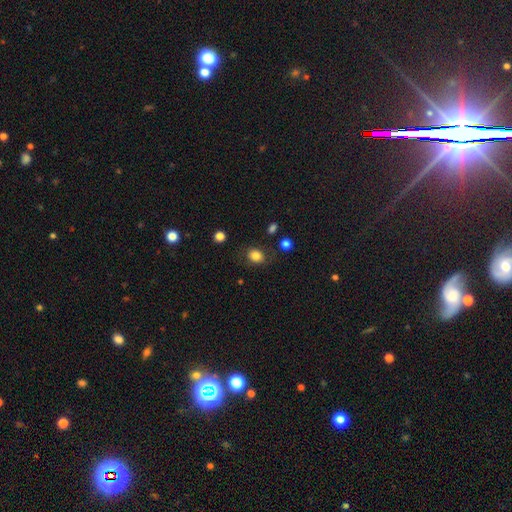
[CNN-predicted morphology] Smooth or featured? Predicted: smooth (p=0.82). How rounded? Predicted: round (p=0.57). Merging? Predicted: none (p=0.77).